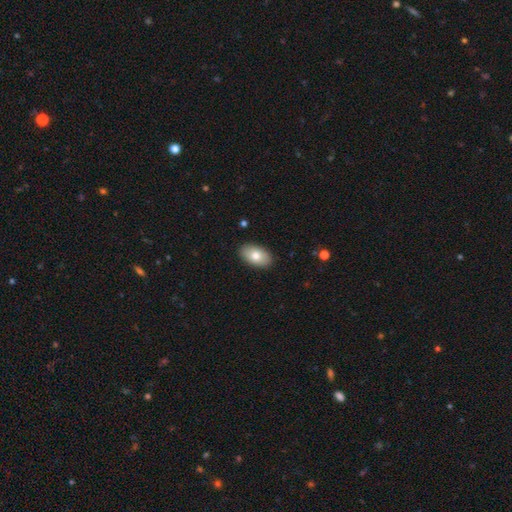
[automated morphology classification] A smooth galaxy with no disk features (77%) that is in between round and cigar-shaped (94%).

Vote fractions:
- Smooth or featured? smooth: 77% / featured or disk: 16% / star or artifact: 7%
- How rounded? in between: 94% / round: 5% / cigar-shaped: 1%
- Merging? none: 89% / minor disturbance: 8% / major disturbance: 2% / merger: 1%